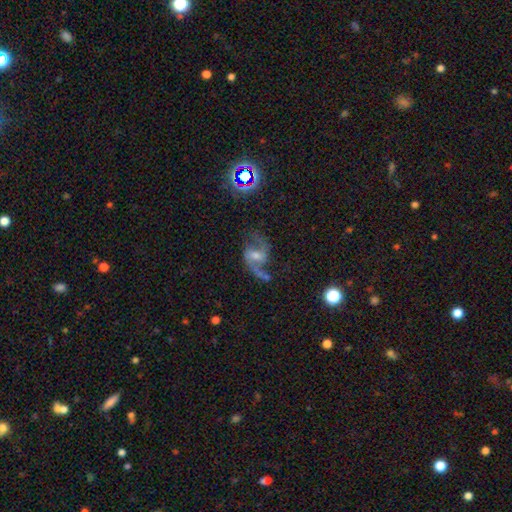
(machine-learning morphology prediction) smooth-or-featured: featured or disk: 83% | star or artifact: 10% | smooth: 7%
  disk-edge-on: no: 97% | yes: 3%
    bar: weak: 49% | no: 28% | strong: 23%
    has-spiral-arms: yes: 95% | no: 5%
      spiral-winding: loose: 65% | medium: 29% | tight: 6%
      spiral-arm-count: 2: 89% | 1: 6% | can't tell: 3% | 3: 1% | 4: 1% | more than 4: 1%
    bulge-size: moderate: 46% | small: 42% | none: 6% | large: 4% | dominant: 1%
  merging: none: 59% | major disturbance: 18% | minor disturbance: 18% | merger: 6%